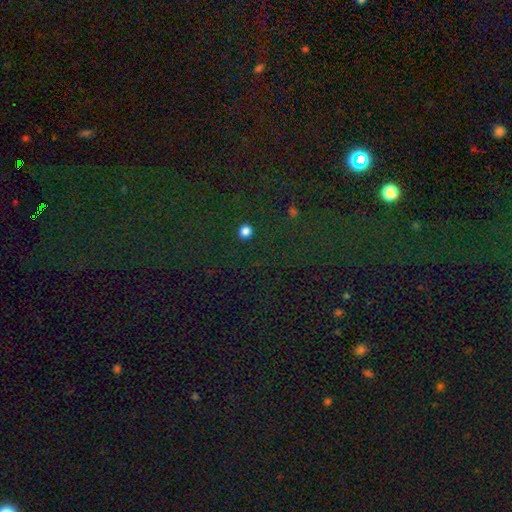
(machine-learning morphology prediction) A star or artifact, not a galaxy (75%).